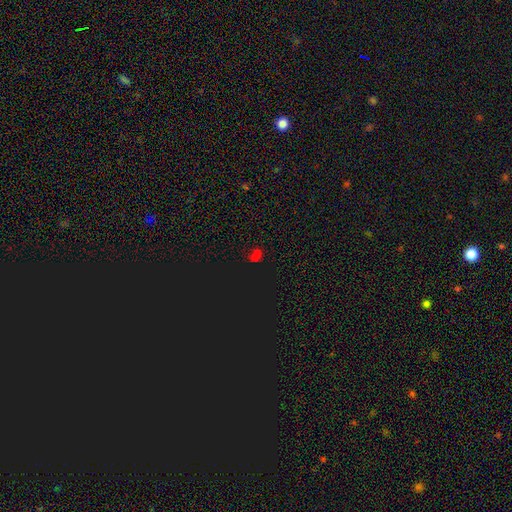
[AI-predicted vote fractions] This appears to be a star or artifact, not a galaxy (58%).